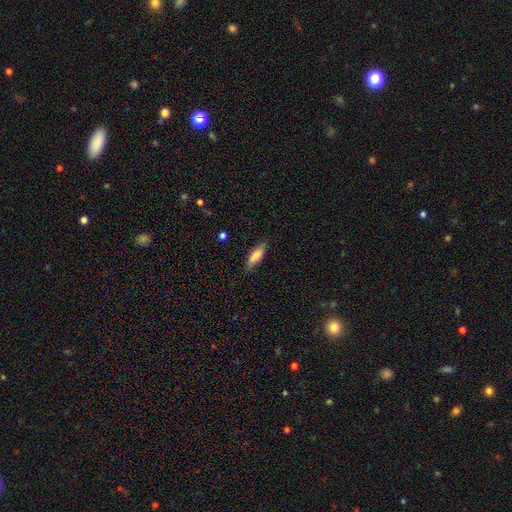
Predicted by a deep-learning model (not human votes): Smooth or featured: smooth — 81% (featured or disk — 12%)
How rounded: in between — 56% (cigar-shaped — 42%)
Merging: none — 78% (minor disturbance — 17%)